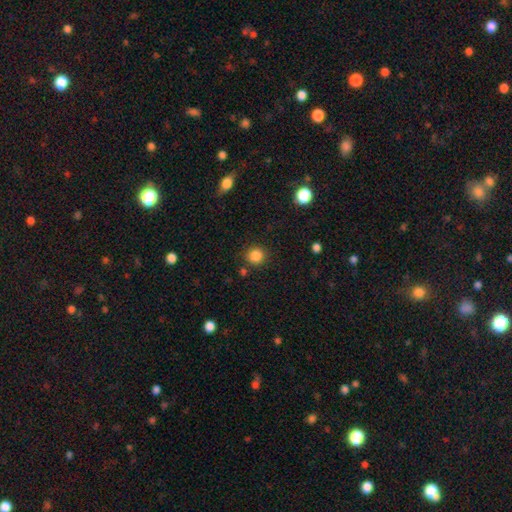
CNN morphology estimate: smooth-or-featured: smooth: 85% | star or artifact: 11% | featured or disk: 4%
  how-rounded: round: 91% | in between: 8% | cigar-shaped: 1%
  merging: none: 86% | minor disturbance: 8% | merger: 3% | major disturbance: 3%